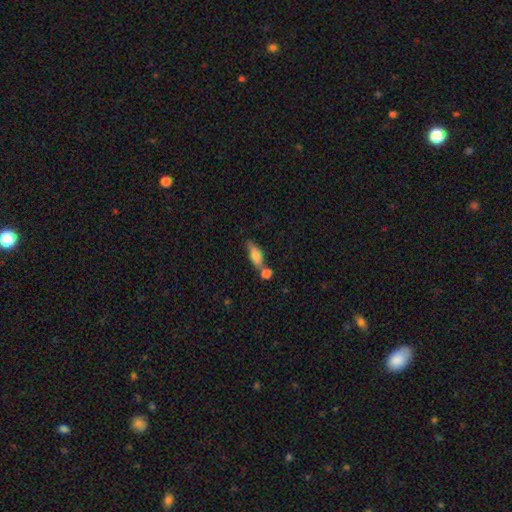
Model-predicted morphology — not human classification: smooth-or-featured: smooth: 75% | featured or disk: 18% | star or artifact: 7%
  how-rounded: in between: 66% | cigar-shaped: 30% | round: 4%
  merging: none: 49% | merger: 32% | minor disturbance: 14% | major disturbance: 5%